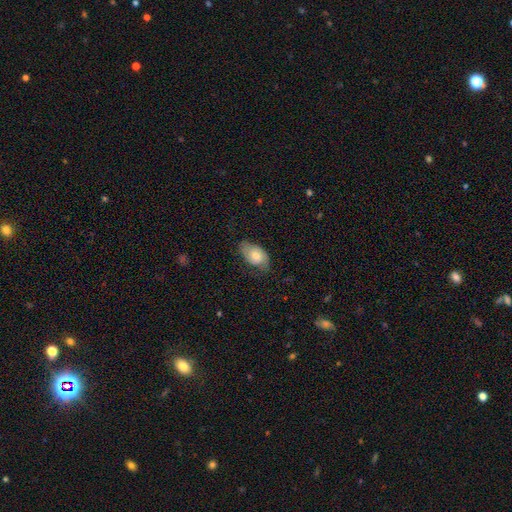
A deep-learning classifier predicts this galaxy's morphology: This is possibly a smooth galaxy (49%). Merging: likely none (63%).